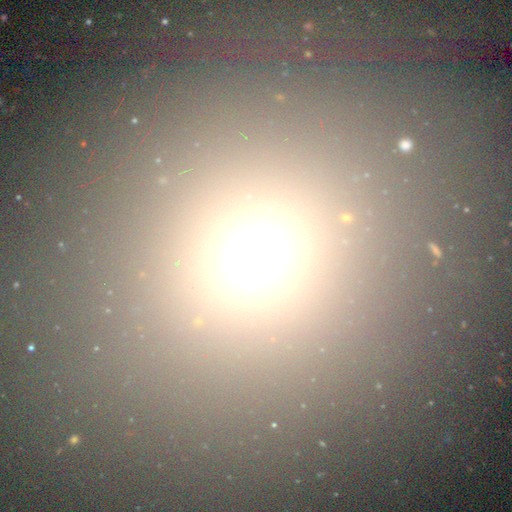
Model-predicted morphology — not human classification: A smooth galaxy with no disk features (66%) that is round (76%). Merging: none (75%).